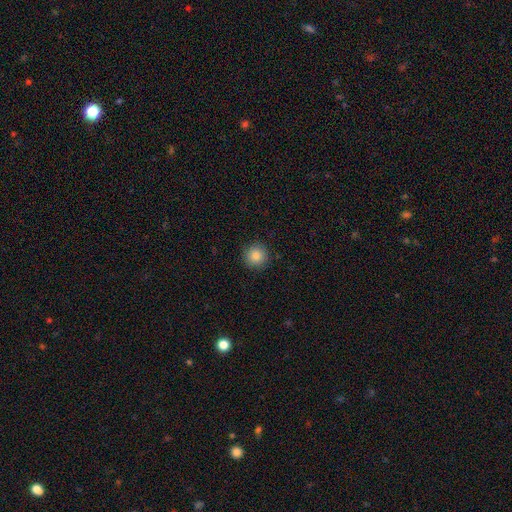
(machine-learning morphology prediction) smooth-or-featured: smooth: 85% | star or artifact: 10% | featured or disk: 5%
  how-rounded: round: 95% | in between: 4% | cigar-shaped: 1%
  merging: none: 91% | minor disturbance: 6% | major disturbance: 2% | merger: 1%